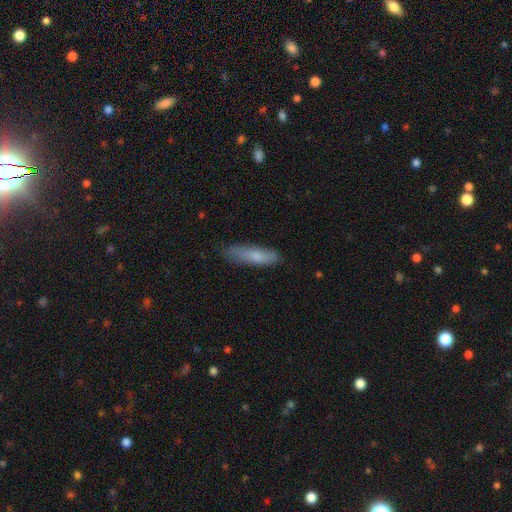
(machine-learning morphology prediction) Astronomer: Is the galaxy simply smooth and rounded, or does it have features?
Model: smooth — 74%.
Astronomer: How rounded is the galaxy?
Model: cigar-shaped — 67%.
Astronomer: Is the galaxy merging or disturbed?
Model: none — 73%.